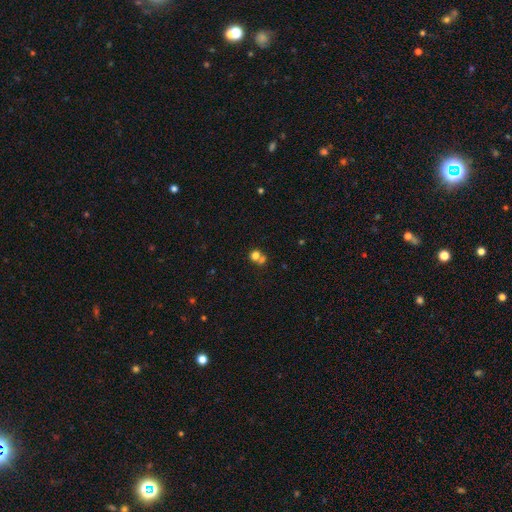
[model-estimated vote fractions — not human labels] Morphology: type=smooth (73%); roundness=round (79%); merging=merger (48%).